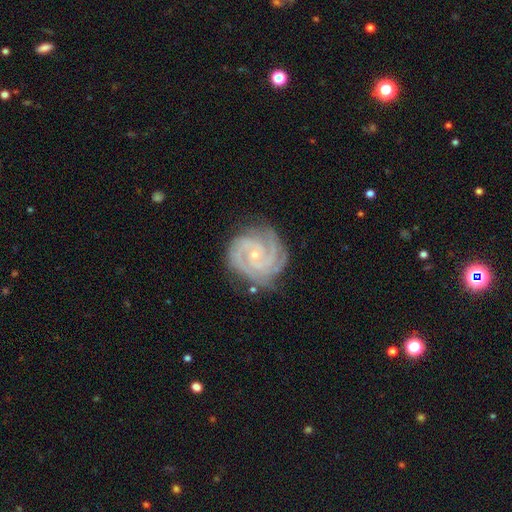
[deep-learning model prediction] Smooth or featured?
  - featured or disk: 91% *
  - star or artifact: 5%
  - smooth: 3%
Edge-on disk?
  - no: 98% *
  - yes: 2%
Bar?
  - no: 69% *
  - weak: 23%
  - strong: 8%
Spiral arms?
  - yes: 99% *
  - no: 1%
Spiral winding?
  - tight: 79% *
  - medium: 19%
  - loose: 2%
Spiral arm count?
  - 3: 39% *
  - 2: 23%
  - 4: 18%
  - can't tell: 10%
  - more than 4: 6%
  - 1: 5%
Bulge size?
  - small: 79% *
  - moderate: 18%
  - none: 1%
  - large: 1%
  - dominant: 1%
Merging?
  - none: 77% *
  - minor disturbance: 17%
  - major disturbance: 4%
  - merger: 2%